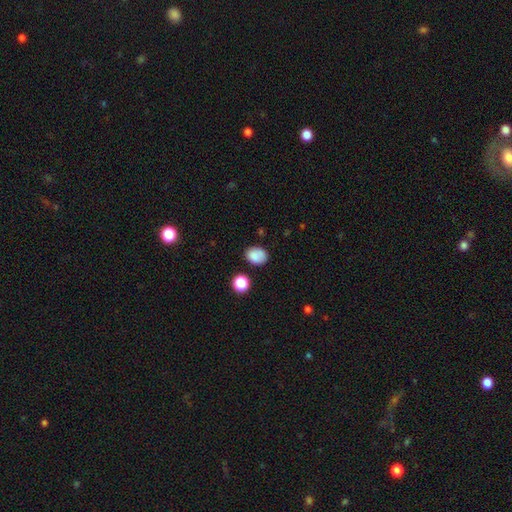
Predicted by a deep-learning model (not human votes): The model was most divided on "how rounded": in between: 62%, round: 37%, cigar-shaped: 1%. More confident: smooth or featured — smooth (84%); merging — none (73%).